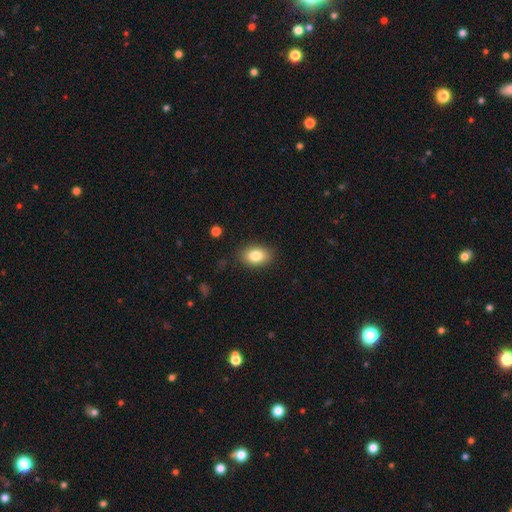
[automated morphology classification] A smooth galaxy with no disk features (83%) that is in between round and cigar-shaped (84%). Merging: none (87%).